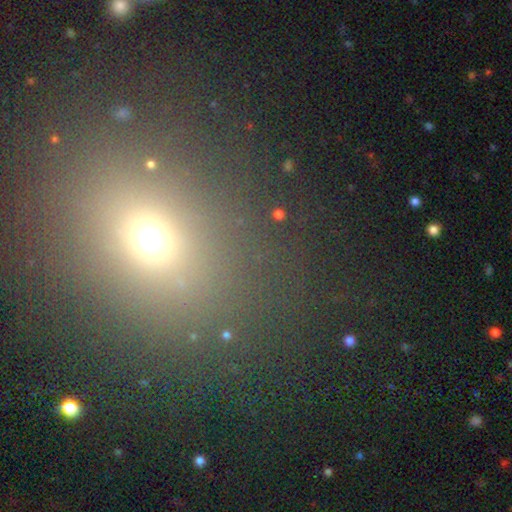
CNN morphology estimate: Overall: smooth (55%; star or artifact 36%). How rounded: round (64%; in between 34%). Merging: none (84%).